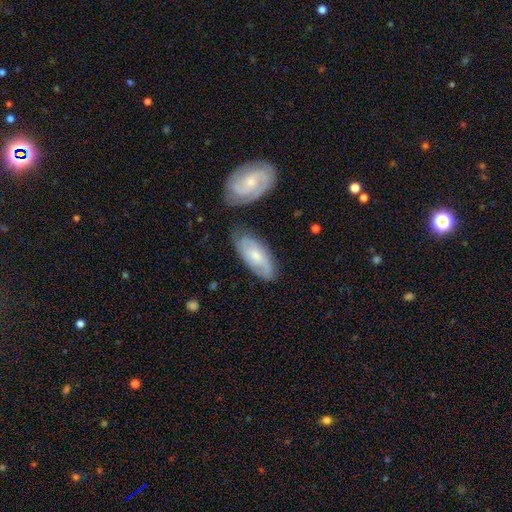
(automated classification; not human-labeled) smooth-or-featured: featured or disk: 60% | smooth: 35% | star or artifact: 6%
  disk-edge-on: no: 90% | yes: 10%
    bar: no: 64% | weak: 30% | strong: 6%
    has-spiral-arms: yes: 89% | no: 11%
    bulge-size: small: 59% | moderate: 35% | none: 3% | large: 2% | dominant: 1%
  merging: none: 64% | minor disturbance: 20% | merger: 10% | major disturbance: 5%